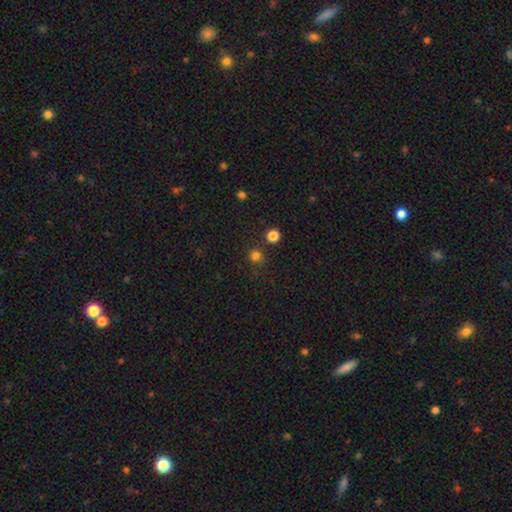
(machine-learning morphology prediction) type=smooth (74%); roundness=round (91%); merging=none (77%).